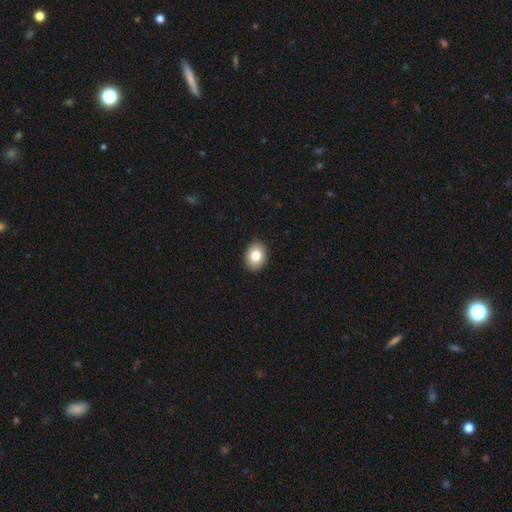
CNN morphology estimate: This appears to be a smooth galaxy with no disk features (83%) that is in between round and cigar-shaped (69%). Merging: none (90%).